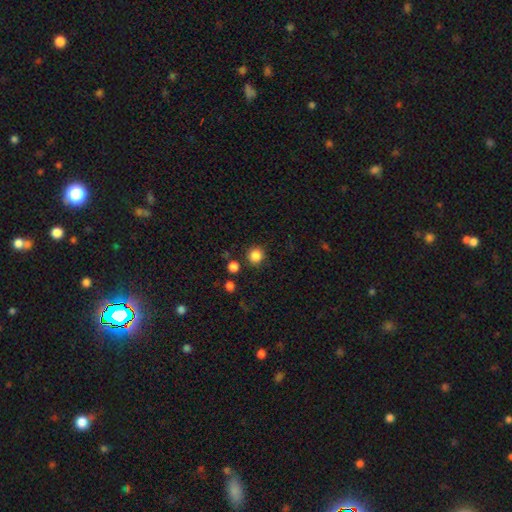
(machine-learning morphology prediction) Smooth or featured: smooth — 85% (star or artifact — 12%)
How rounded: round — 91% (in between — 8%)
Merging: none — 85% (minor disturbance — 8%)